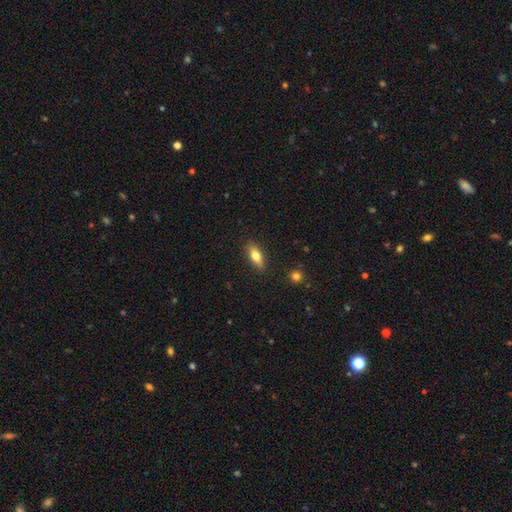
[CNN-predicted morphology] This appears to be a smooth galaxy with no disk features (74%) that is in between round and cigar-shaped (75%). Merging: none (88%).